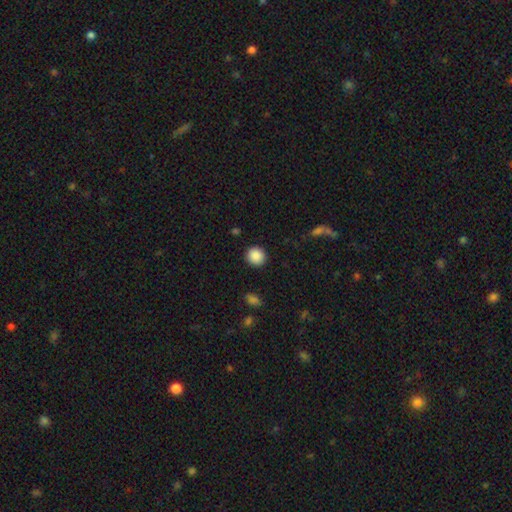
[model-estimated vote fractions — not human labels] Overall: smooth (89%). How rounded: round (89%). Merging: none (91%).